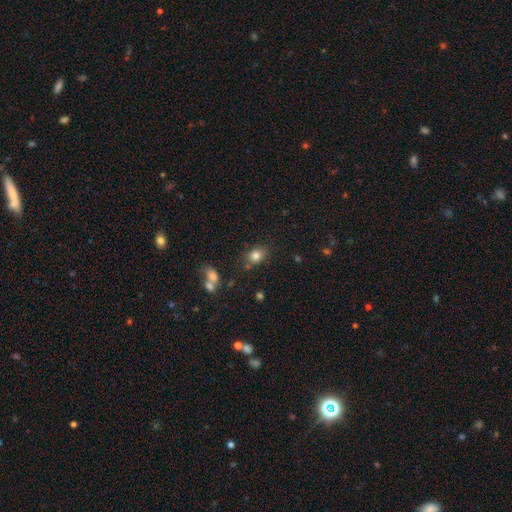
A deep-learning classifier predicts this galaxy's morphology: smooth 81%, star or artifact 11%, featured or disk 8%. Down the decision tree: how rounded — in between (55%); merging — none (73%).